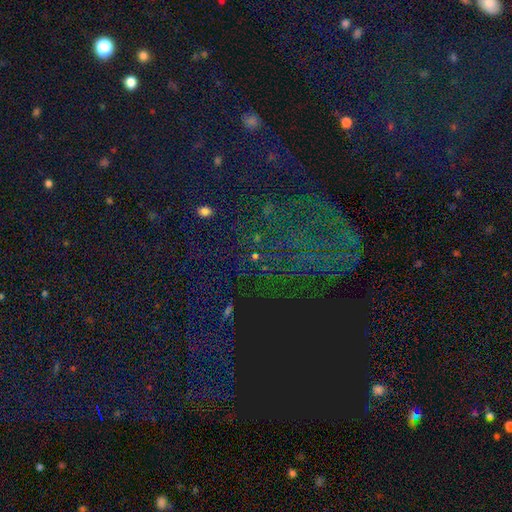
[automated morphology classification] Smooth or featured?
  - star or artifact: 74% *
  - smooth: 16%
  - featured or disk: 10%